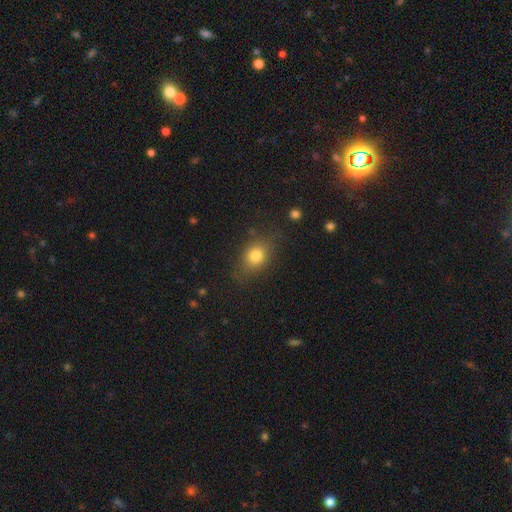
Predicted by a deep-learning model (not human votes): This appears to be a smooth galaxy with no disk features (79%) that is in between round and cigar-shaped (62%). Merging: none (76%).